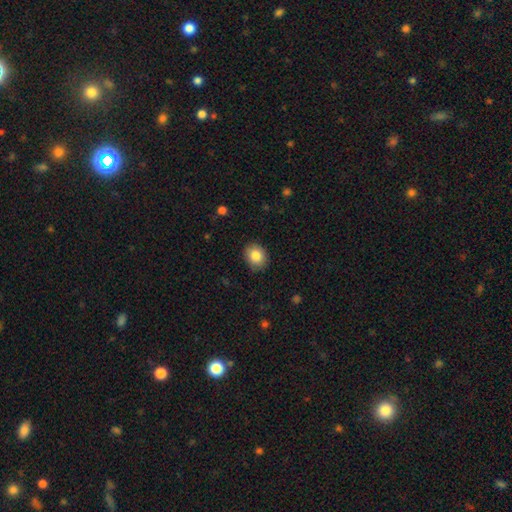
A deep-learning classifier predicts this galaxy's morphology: A smooth galaxy with no disk features (84%) that is round (59%). Merging: none (87%).